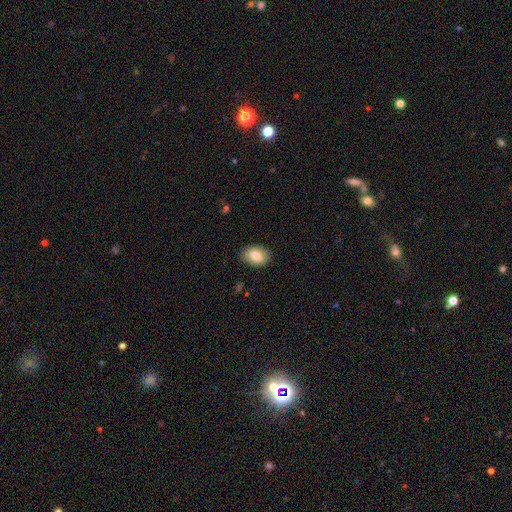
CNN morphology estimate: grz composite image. It shows a smooth galaxy with no disk features (82%) that is in between round and cigar-shaped (86%). Merging: none (86%).